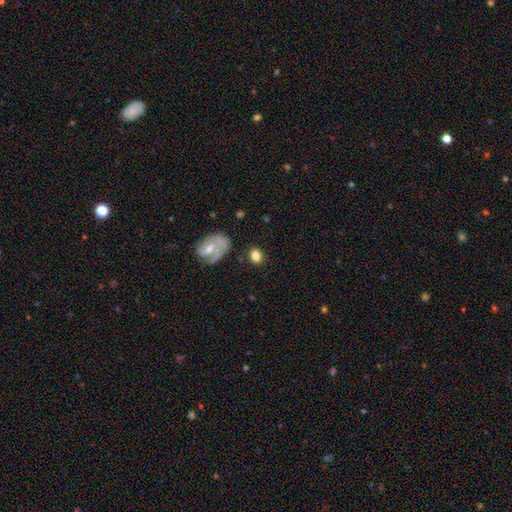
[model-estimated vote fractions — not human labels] smooth_or_featured: smooth (p=0.81) [alt: featured or disk p=0.12]
how_rounded: in between (p=0.60) [alt: round p=0.39]
merging: none (p=0.77) [alt: minor disturbance p=0.14]